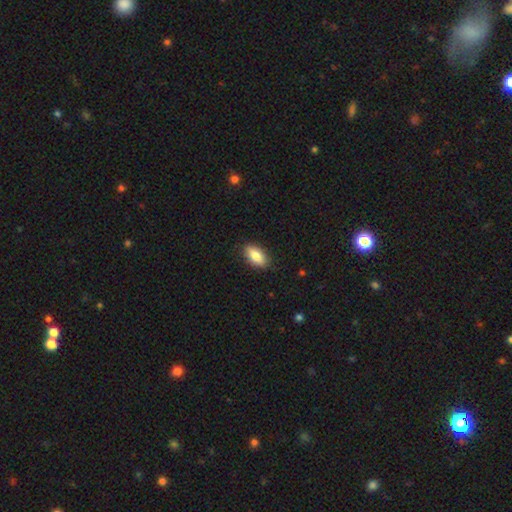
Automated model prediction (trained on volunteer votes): Morphology: type=smooth (82%); roundness=in between (87%); merging=none (86%).